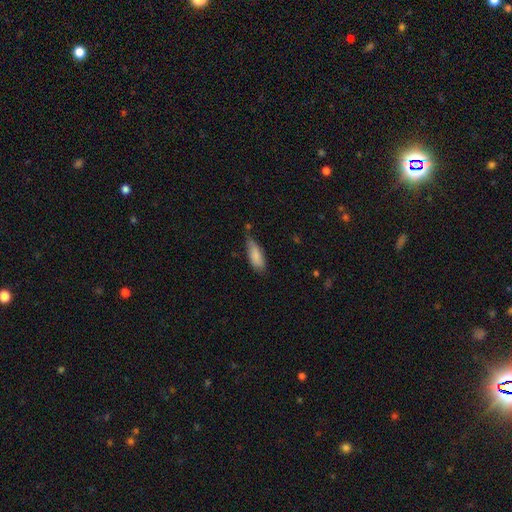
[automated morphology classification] This appears to be a smooth galaxy with no disk features (84%) that is in between round and cigar-shaped (67%). Merging: none (48%).